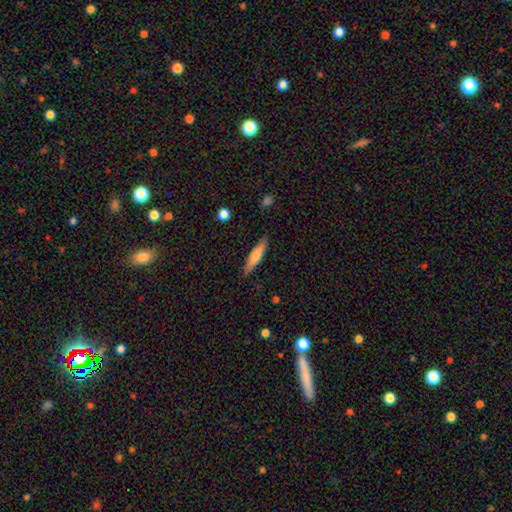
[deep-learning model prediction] A smooth galaxy with no disk features (66%) that is cigar-shaped (83%). Merging: none (87%).